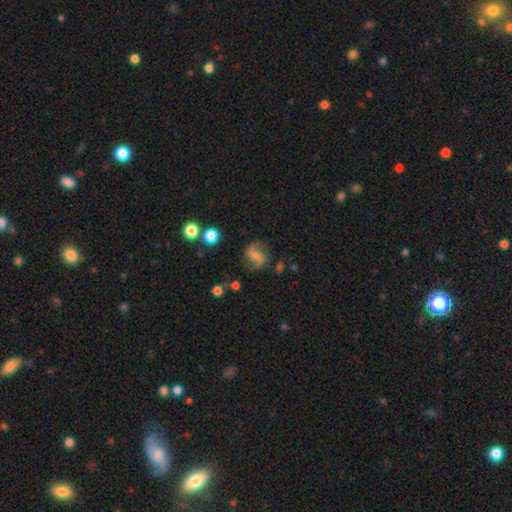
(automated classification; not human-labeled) Smooth or featured: featured or disk — 71% (smooth — 20%)
Edge-on disk: no — 97% (yes — 3%)
Bar: weak — 44% (strong — 29%)
Spiral arms: yes — 93% (no — 7%)
Spiral winding: loose — 49% (medium — 40%)
Spiral arm count: 2 — 91% (can't tell — 4%)
Bulge size: small — 47% (moderate — 31%)
Merging: none — 77% (minor disturbance — 14%)